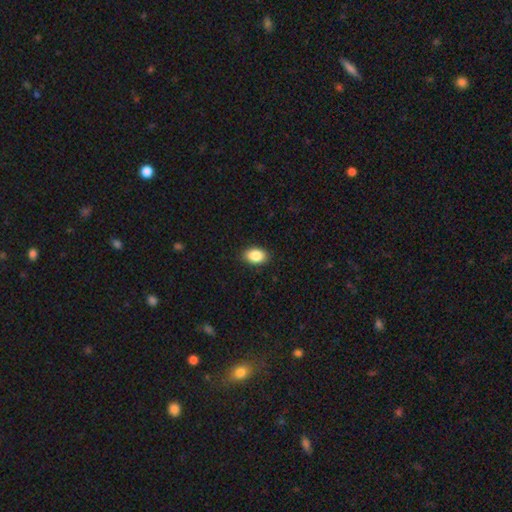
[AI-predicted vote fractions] smooth 88%, star or artifact 8%, featured or disk 5%. Down the decision tree: how rounded — in between (86%); merging — none (89%).